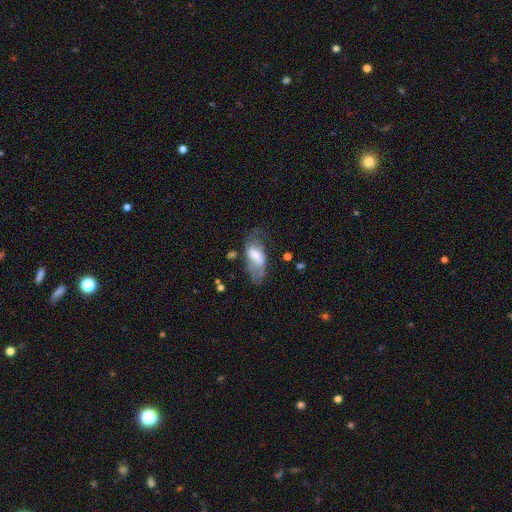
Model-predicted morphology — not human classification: Smooth or featured?
  - smooth: 51% *
  - featured or disk: 40%
  - star or artifact: 8%
How rounded?
  - in between: 88% *
  - cigar-shaped: 8%
  - round: 4%
Merging?
  - none: 37% *
  - major disturbance: 31%
  - minor disturbance: 28%
  - merger: 5%